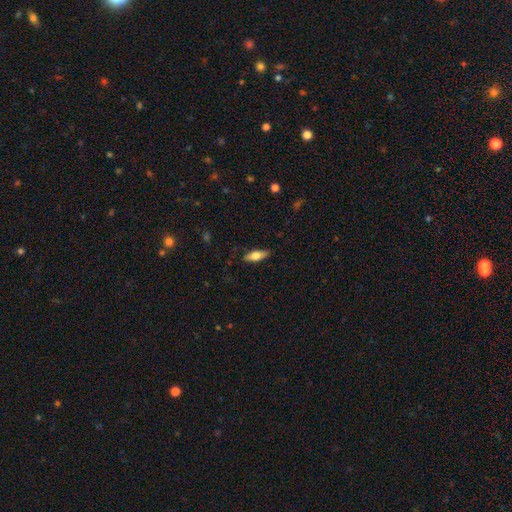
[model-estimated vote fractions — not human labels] Q: Smooth or featured?
A: smooth (64%); runner-up: featured or disk (29%)
Q: How rounded?
A: in between (64%); runner-up: cigar-shaped (33%)
Q: Merging?
A: none (82%); runner-up: minor disturbance (14%)